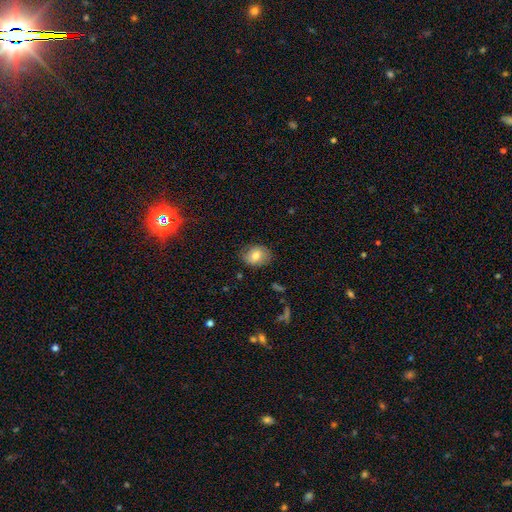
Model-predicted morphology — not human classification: type=smooth (72%); roundness=in between (60%); merging=none (78%).